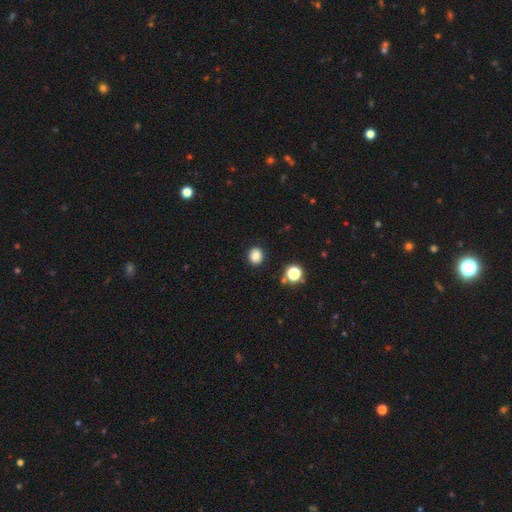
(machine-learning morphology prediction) Q: Smooth or featured?
A: smooth (84%); runner-up: star or artifact (12%)
Q: How rounded?
A: round (79%); runner-up: in between (21%)
Q: Merging?
A: none (90%); runner-up: minor disturbance (7%)